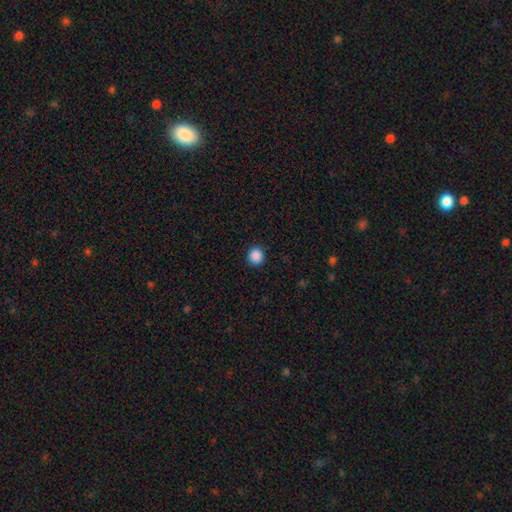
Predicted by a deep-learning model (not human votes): The model was most divided on "how rounded": round: 89%, in between: 10%, cigar-shaped: 1%. More confident: merging — none (92%); smooth or featured — smooth (88%).